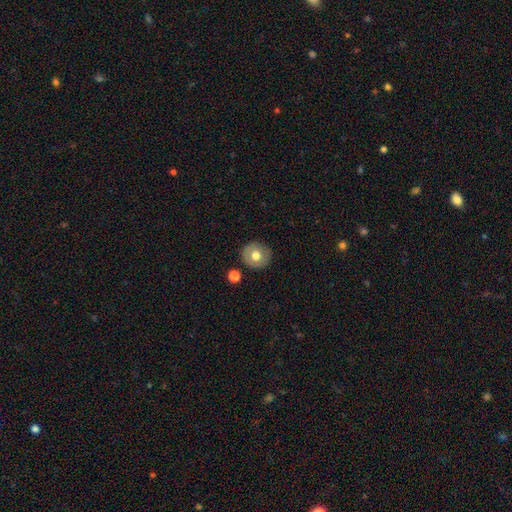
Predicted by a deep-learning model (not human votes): This appears to be a smooth galaxy with no disk features (67%) that is round (90%). Merging: none (87%).